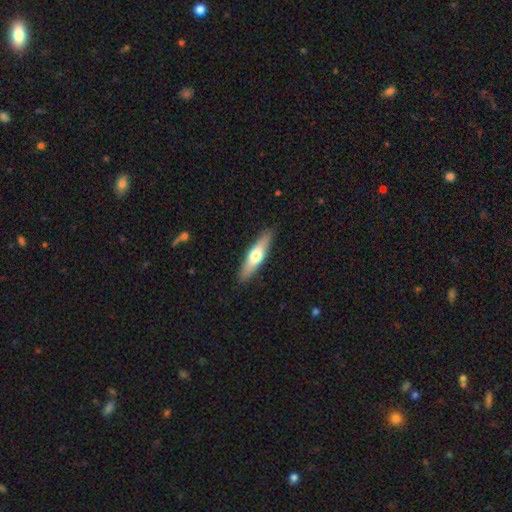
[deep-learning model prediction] Morphology: type=smooth (52%); roundness=cigar-shaped (71%); merging=none (89%).